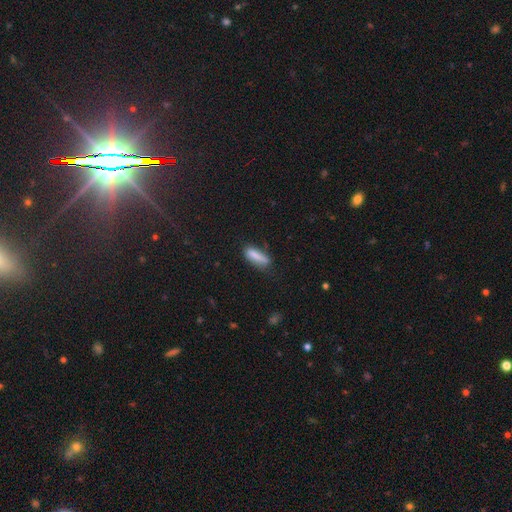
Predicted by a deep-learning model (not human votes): A smooth galaxy with no disk features (82%) that is cigar-shaped (54%).

Vote fractions:
- Smooth or featured? smooth: 82% / featured or disk: 10% / star or artifact: 7%
- How rounded? cigar-shaped: 54% / in between: 44% / round: 2%
- Merging? none: 64% / minor disturbance: 25% / major disturbance: 8% / merger: 3%